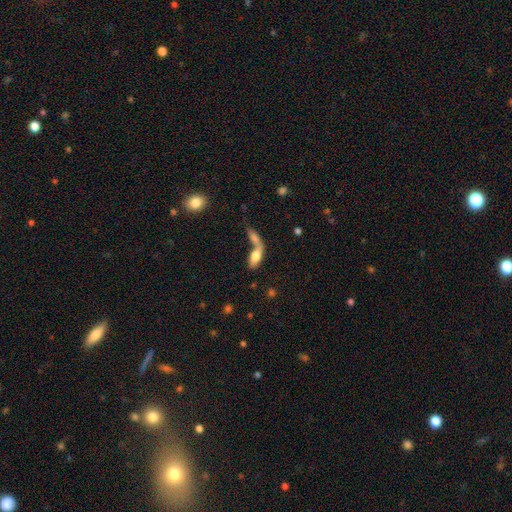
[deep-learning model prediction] This appears to be a smooth galaxy with no disk features (68%) that is in between round and cigar-shaped (77%). Merging: merger (67%).